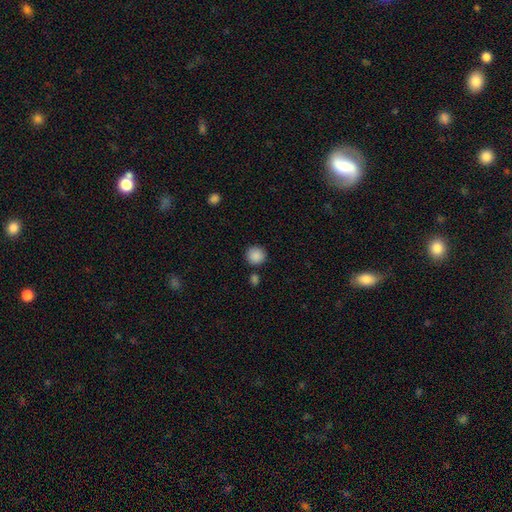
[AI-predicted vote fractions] This is clearly a smooth galaxy (89%). How rounded: clearly round (93%). Merging: clearly none (85%).